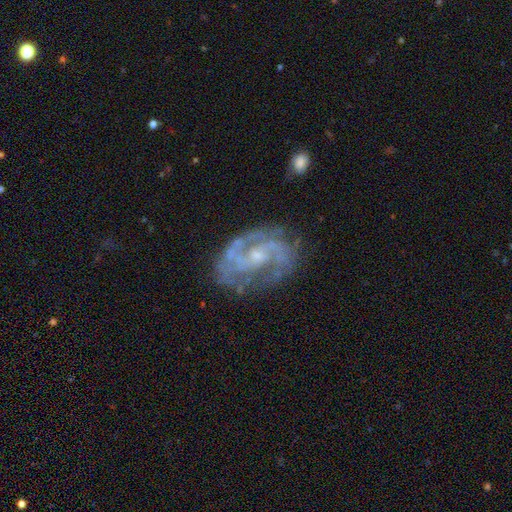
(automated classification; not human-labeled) Smooth or featured?
  - featured or disk: 87% *
  - star or artifact: 6%
  - smooth: 6%
Edge-on disk?
  - no: 97% *
  - yes: 3%
Bar?
  - no: 50% *
  - weak: 40%
  - strong: 10%
Spiral arms?
  - yes: 94% *
  - no: 6%
Spiral winding?
  - medium: 49% *
  - tight: 36%
  - loose: 15%
Spiral arm count?
  - 2: 67% *
  - can't tell: 14%
  - 3: 10%
  - 1: 4%
  - 4: 3%
  - more than 4: 3%
Bulge size?
  - small: 65% *
  - moderate: 28%
  - none: 5%
  - large: 1%
  - dominant: 1%
Merging?
  - none: 69% *
  - minor disturbance: 19%
  - major disturbance: 10%
  - merger: 2%